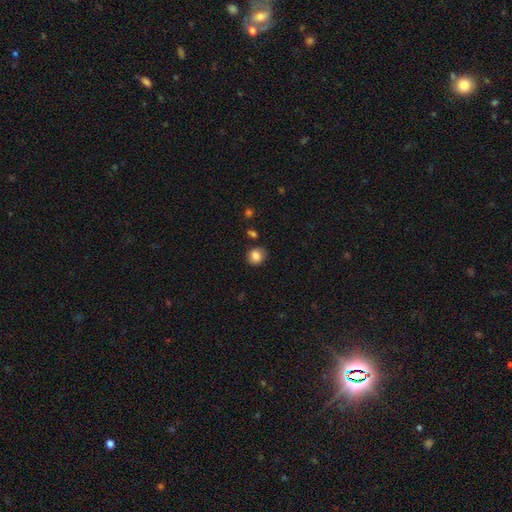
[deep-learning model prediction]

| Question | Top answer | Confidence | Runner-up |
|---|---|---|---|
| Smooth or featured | smooth | 84% | star or artifact (10%) |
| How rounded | round | 80% | in between (19%) |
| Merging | none | 84% | minor disturbance (10%) |